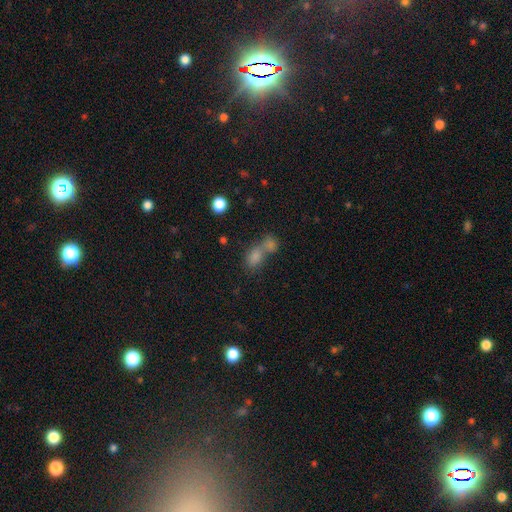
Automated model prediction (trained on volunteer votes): Q: Smooth or featured?
A: smooth (71%); runner-up: star or artifact (17%)
Q: How rounded?
A: in between (60%); runner-up: round (35%)
Q: Merging?
A: merger (60%); runner-up: none (29%)